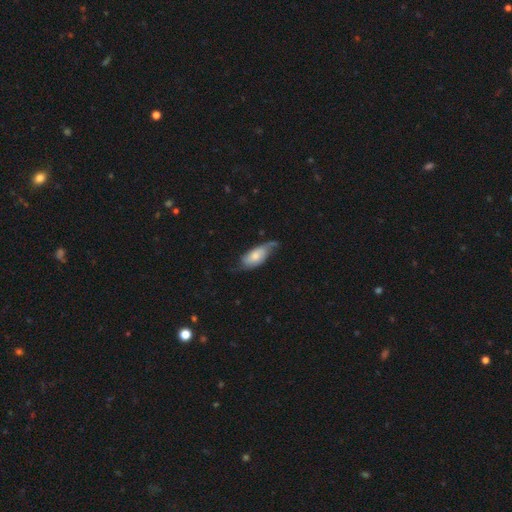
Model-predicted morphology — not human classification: Smooth or featured? smooth (50%)
How rounded? in between (85%)
Merging? none (46%)